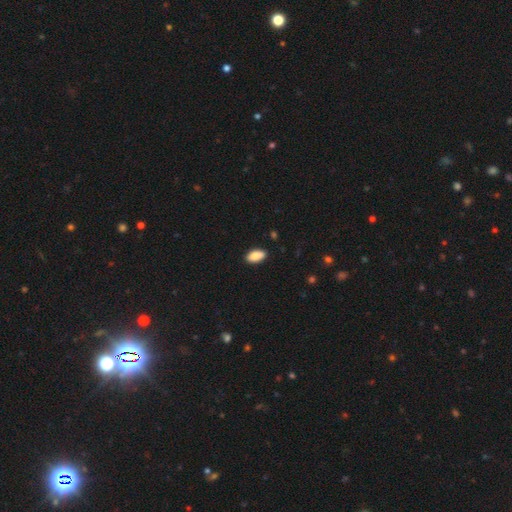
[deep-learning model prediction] Smooth or featured: smooth — 89% (star or artifact — 7%)
How rounded: in between — 94% (cigar-shaped — 4%)
Merging: none — 88% (minor disturbance — 9%)